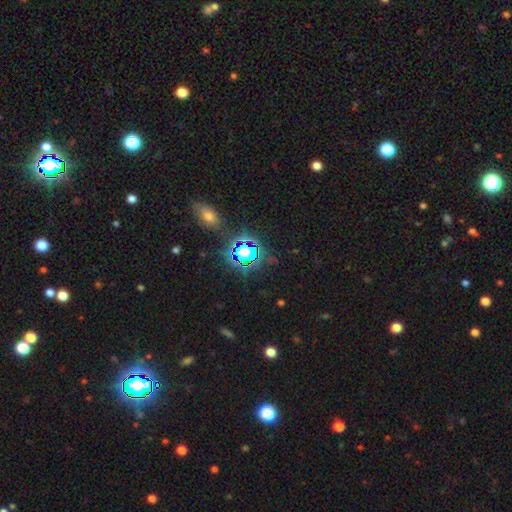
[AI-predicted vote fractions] star or artifact 73%, smooth 18%, featured or disk 9%.